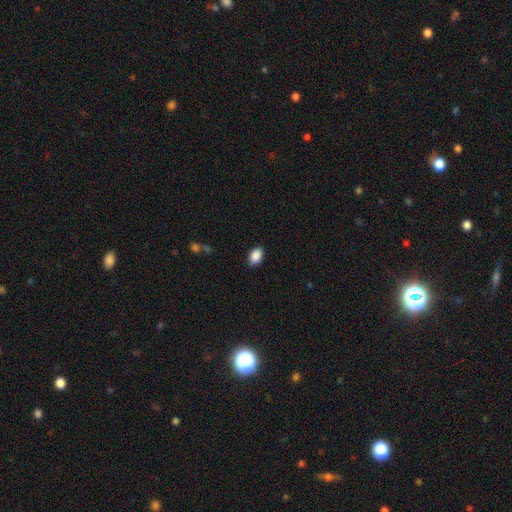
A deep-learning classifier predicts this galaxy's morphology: The model was most divided on "how rounded": in between: 84%, round: 15%, cigar-shaped: 1%. More confident: smooth or featured — smooth (89%); merging — none (86%).